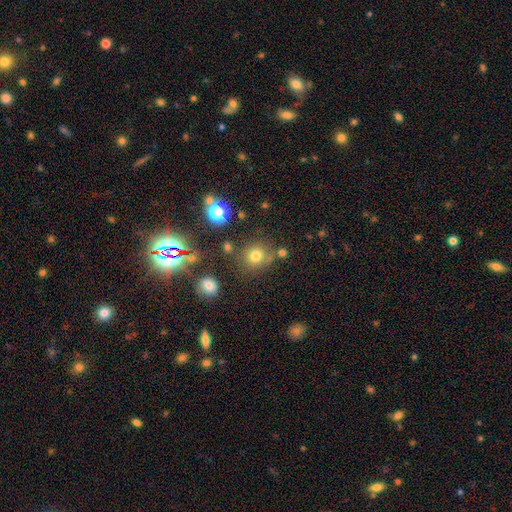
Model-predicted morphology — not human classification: Overall: smooth (72%). How rounded: round (87%). Merging: none (71%).